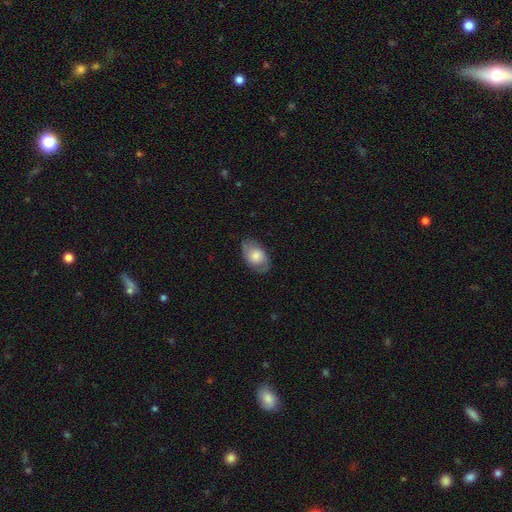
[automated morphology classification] smooth_or_featured: smooth (p=0.58) [alt: featured or disk p=0.35]
how_rounded: in between (p=0.84) [alt: round p=0.14]
merging: none (p=0.75) [alt: minor disturbance p=0.17]